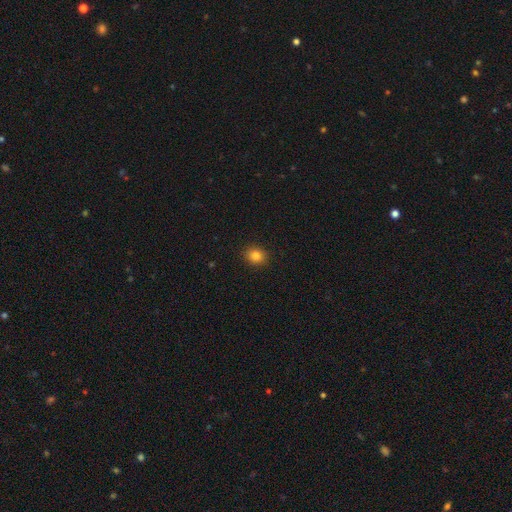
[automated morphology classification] Q: Smooth or featured?
A: smooth (83%); runner-up: star or artifact (12%)
Q: How rounded?
A: round (73%); runner-up: in between (26%)
Q: Merging?
A: none (91%); runner-up: minor disturbance (6%)